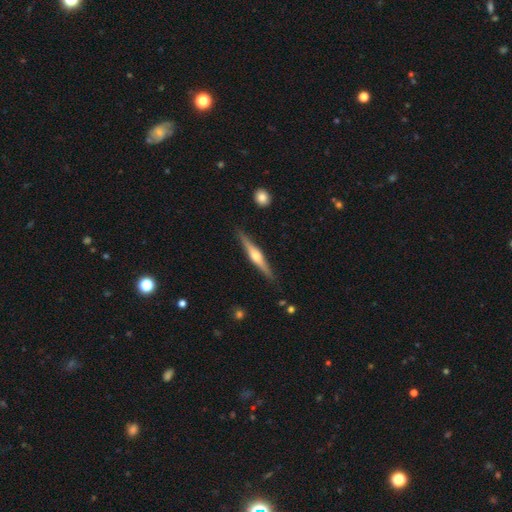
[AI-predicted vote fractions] Smooth or featured: featured or disk — 72% (smooth — 23%)
Edge-on disk: yes — 98% (no — 2%)
Edge-on bulge: rounded — 92% (boxy — 5%)
Merging: none — 89% (minor disturbance — 8%)